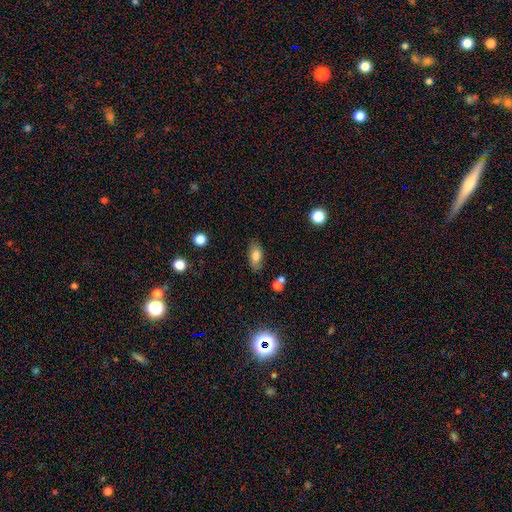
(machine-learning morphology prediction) The model was most divided on "merging": none: 79%, minor disturbance: 14%, major disturbance: 3%, merger: 3%. More confident: how rounded — in between (90%); smooth or featured — smooth (79%).